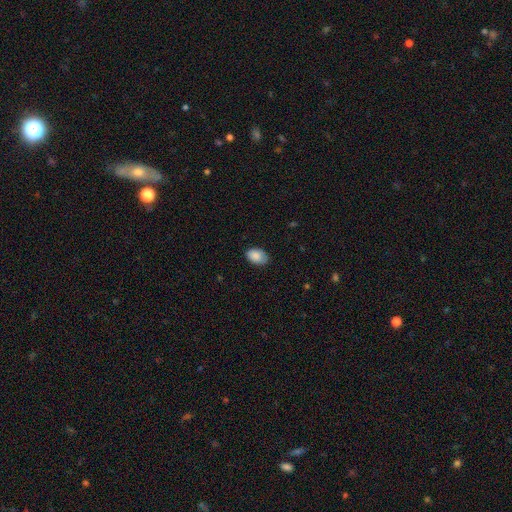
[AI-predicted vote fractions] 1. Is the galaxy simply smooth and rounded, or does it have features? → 88% smooth, 7% star or artifact, 5% featured or disk.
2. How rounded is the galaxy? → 89% in between, 10% round, 1% cigar-shaped.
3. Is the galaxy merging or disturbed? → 79% none, 17% minor disturbance, 3% major disturbance, 1% merger.